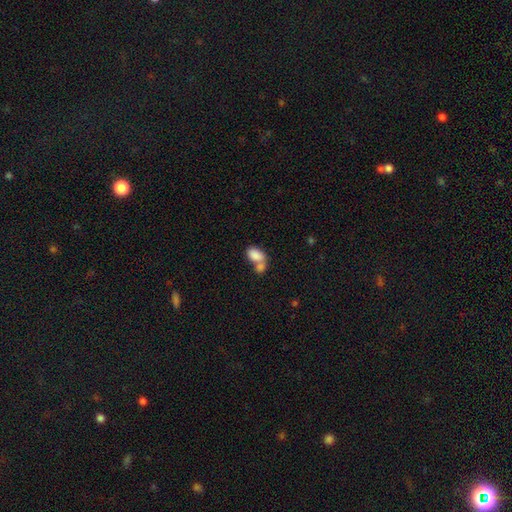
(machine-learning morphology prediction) smooth 83%, featured or disk 9%, star or artifact 7%. Down the decision tree: how rounded — in between (89%); merging — merger (62%).